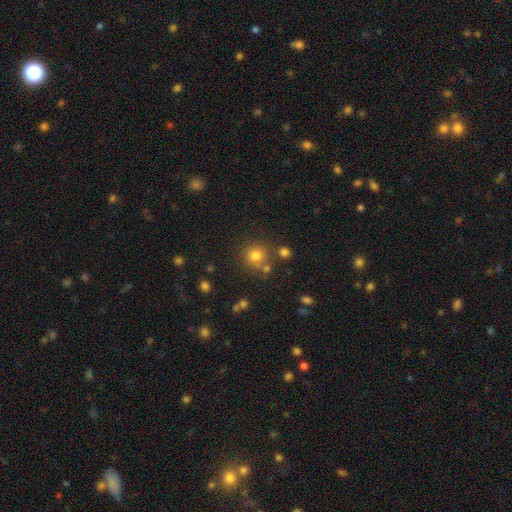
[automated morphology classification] Smooth or featured? smooth (78%)
How rounded? round (92%)
Merging? none (75%)